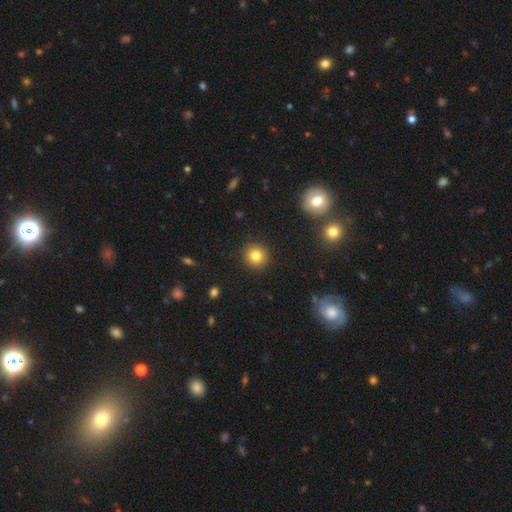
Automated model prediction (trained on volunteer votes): Smooth or featured? smooth (82%)
How rounded? round (91%)
Merging? none (91%)